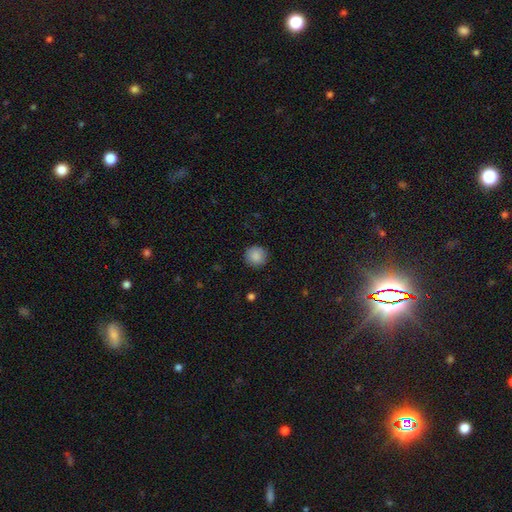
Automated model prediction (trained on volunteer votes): smooth-or-featured: smooth: 88% | star or artifact: 8% | featured or disk: 4%
  how-rounded: round: 94% | in between: 5% | cigar-shaped: 1%
  merging: none: 90% | minor disturbance: 7% | major disturbance: 2% | merger: 1%